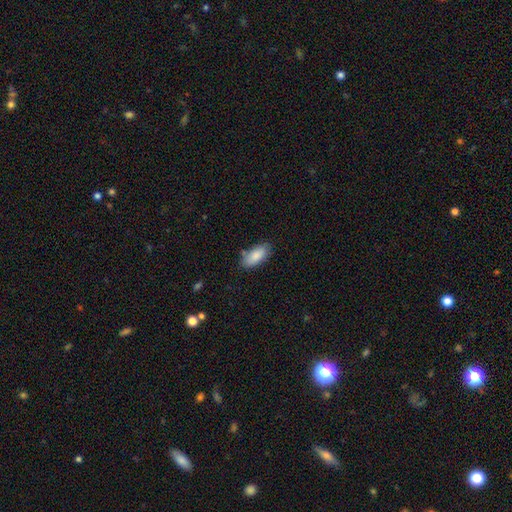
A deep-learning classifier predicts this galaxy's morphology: Q: Smooth or featured?
A: smooth (86%); runner-up: featured or disk (8%)
Q: How rounded?
A: in between (87%); runner-up: cigar-shaped (11%)
Q: Merging?
A: none (77%); runner-up: minor disturbance (17%)